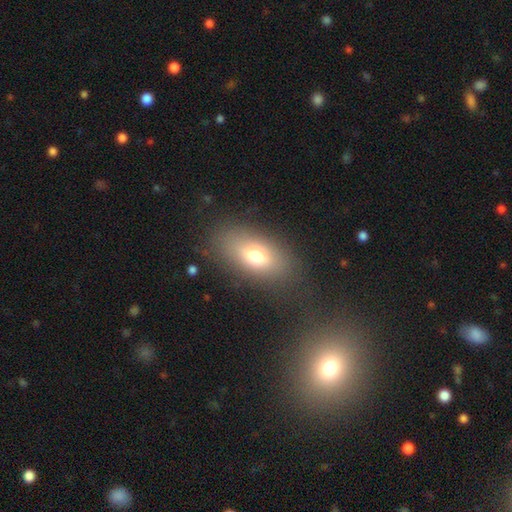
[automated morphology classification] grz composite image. It shows a smooth galaxy with no disk features (71%) that is in between round and cigar-shaped (86%). Merging: none (77%).